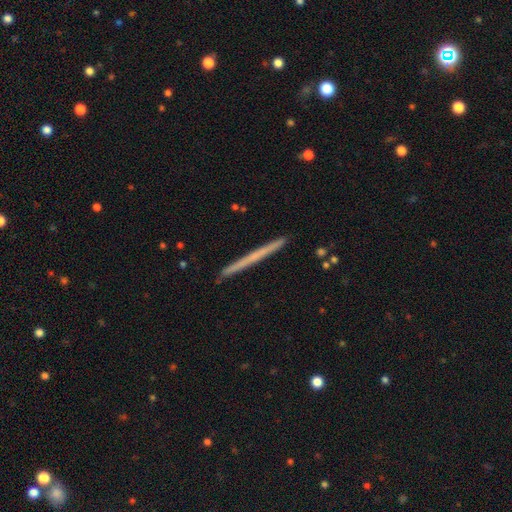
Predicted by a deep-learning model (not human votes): Smooth or featured?
  - featured or disk: 47% * (tied)
  - smooth: 47% * (tied)
  - star or artifact: 6%
Merging?
  - none: 92% *
  - minor disturbance: 5%
  - major disturbance: 1%
  - merger: 1%